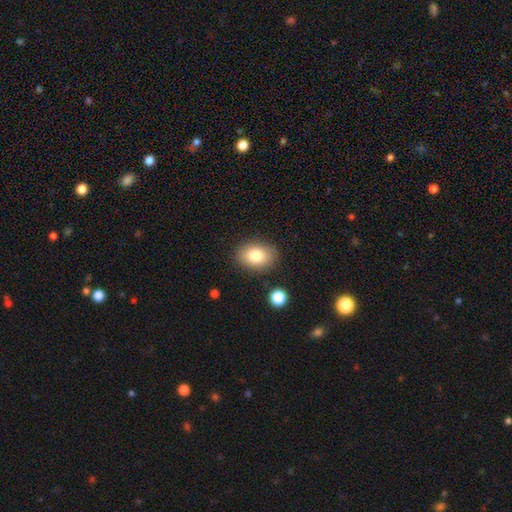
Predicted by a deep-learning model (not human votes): This appears to be a smooth galaxy with no disk features (81%) that is in between round and cigar-shaped (71%). Merging: none (86%).